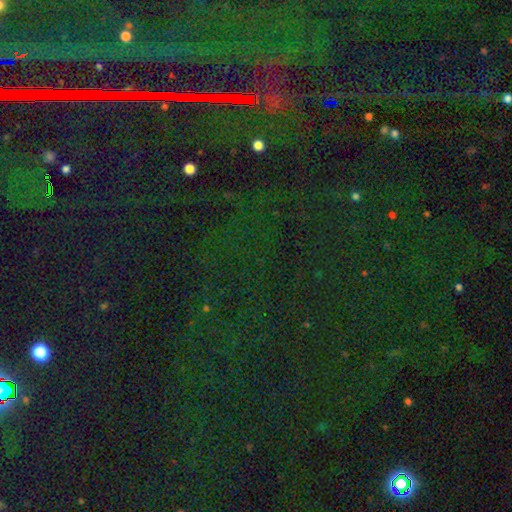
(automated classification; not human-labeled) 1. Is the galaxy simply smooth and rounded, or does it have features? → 85% star or artifact, 8% smooth, 7% featured or disk.